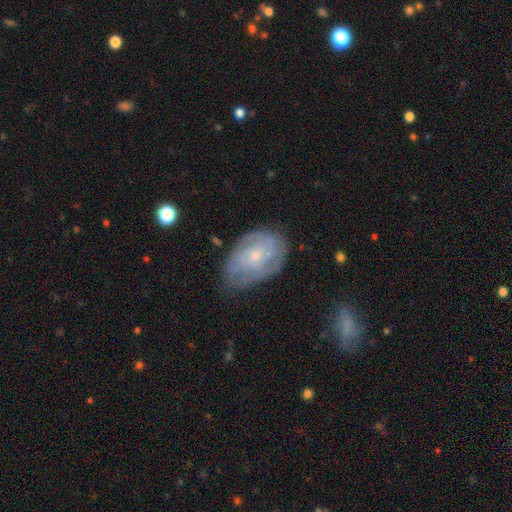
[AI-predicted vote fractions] Smooth or featured?
  - featured or disk: 76% *
  - smooth: 17%
  - star or artifact: 7%
Edge-on disk?
  - no: 97% *
  - yes: 3%
Bar?
  - no: 74% *
  - weak: 23%
  - strong: 3%
Spiral arms?
  - yes: 90% *
  - no: 10%
Spiral winding?
  - tight: 58% *
  - medium: 33%
  - loose: 9%
Spiral arm count?
  - can't tell: 39% *
  - 3: 21%
  - 2: 17%
  - 4: 13%
  - more than 4: 5%
  - 1: 5%
Bulge size?
  - small: 76% *
  - moderate: 20%
  - none: 2%
  - large: 1%
  - dominant: 1%
Merging?
  - none: 65% *
  - minor disturbance: 24%
  - major disturbance: 9%
  - merger: 2%